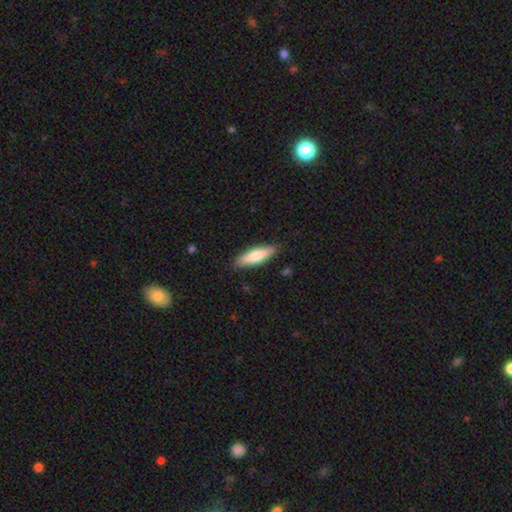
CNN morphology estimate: Overall: smooth (69%). How rounded: cigar-shaped (61%; in between 38%). Merging: none (87%).